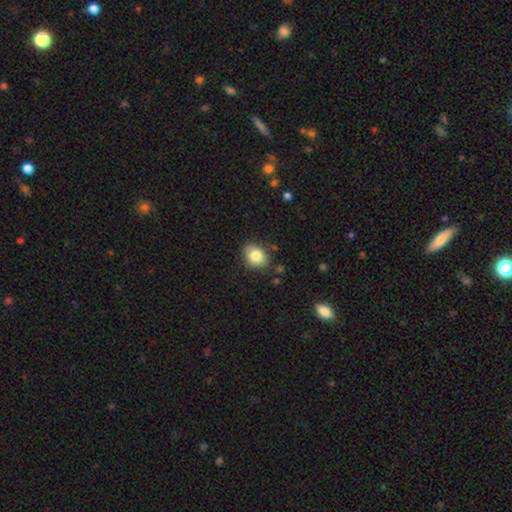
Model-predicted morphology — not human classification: type=smooth (83%); roundness=in between (58%); merging=none (81%).